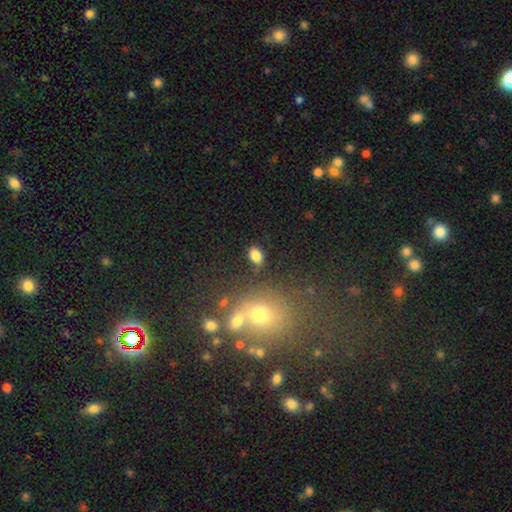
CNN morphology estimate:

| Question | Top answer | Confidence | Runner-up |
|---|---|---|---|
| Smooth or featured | smooth | 84% | star or artifact (10%) |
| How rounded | in between | 84% | round (14%) |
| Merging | none | 81% | minor disturbance (11%) |